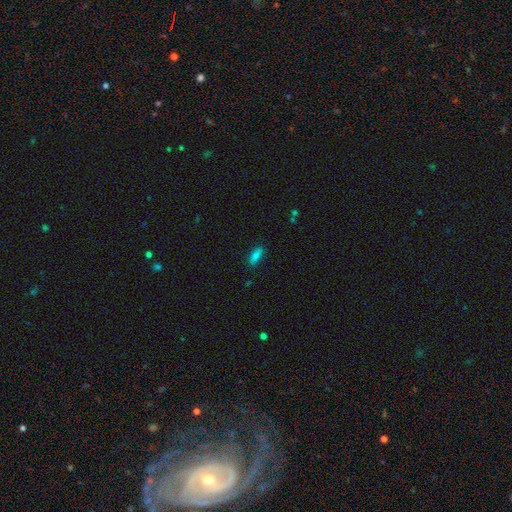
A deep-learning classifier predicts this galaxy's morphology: Smooth or featured? smooth (76%)
How rounded? in between (67%)
Merging? none (83%)